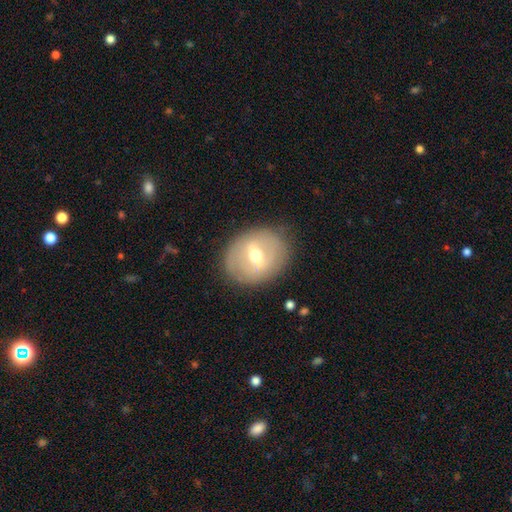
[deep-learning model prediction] featured or disk 59%, smooth 34%, star or artifact 7%. Down the decision tree: edge-on disk — no (91%); bar — weak (46%); spiral arms — no (72%); bulge size — moderate (69%); merging — none (82%).